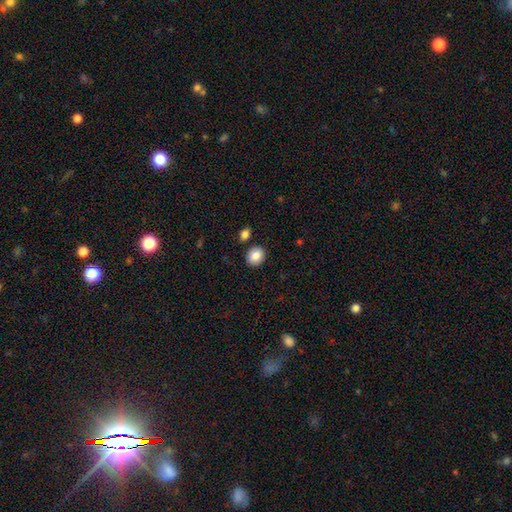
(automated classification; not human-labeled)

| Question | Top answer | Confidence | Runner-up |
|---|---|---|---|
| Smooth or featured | smooth | 86% | star or artifact (8%) |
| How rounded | round | 71% | in between (28%) |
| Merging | none | 85% | minor disturbance (8%) |